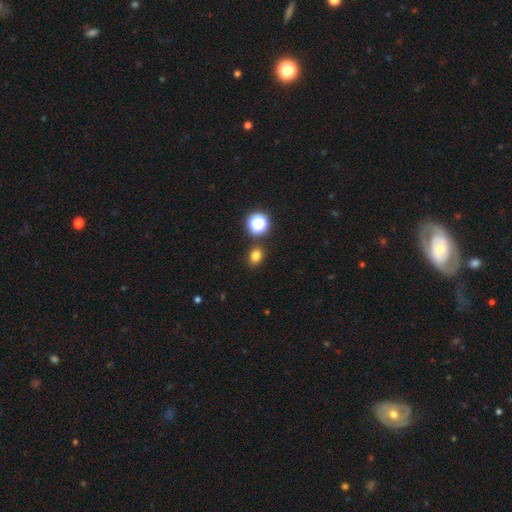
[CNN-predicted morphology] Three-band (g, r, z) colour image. It shows a smooth galaxy with no disk features (77%) that is round (52%). Merging: none (83%).